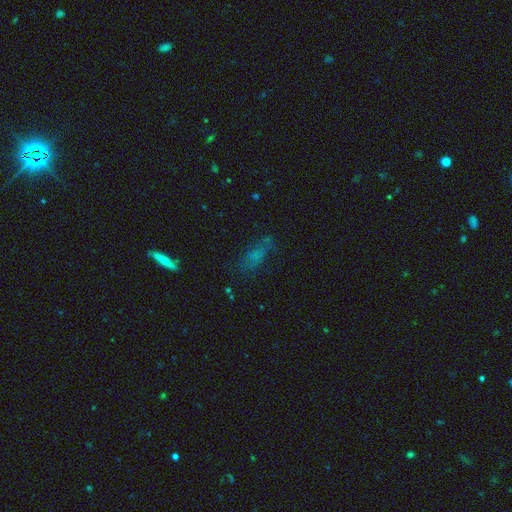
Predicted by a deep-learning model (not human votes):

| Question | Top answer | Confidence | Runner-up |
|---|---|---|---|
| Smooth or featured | smooth | 56% | featured or disk (24%) |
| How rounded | in between | 59% | cigar-shaped (36%) |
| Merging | none | 57% | minor disturbance (22%) |